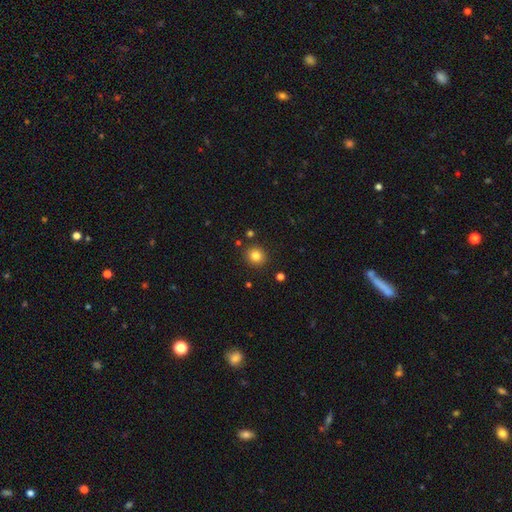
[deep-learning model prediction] This appears to be a smooth galaxy with no disk features (82%) that is round (86%). Merging: none (88%).